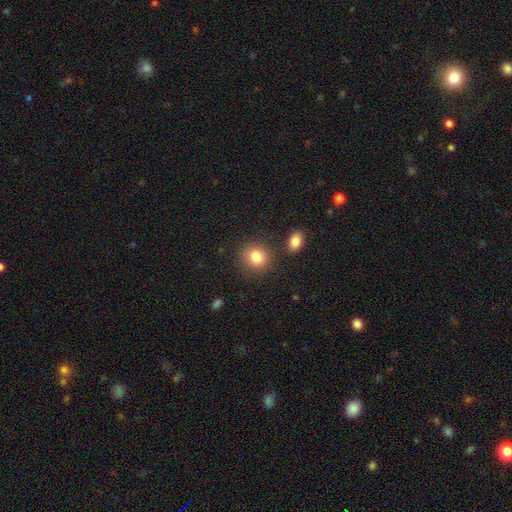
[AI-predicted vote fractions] A smooth galaxy with no disk features (84%) that is round (73%).

Vote fractions:
- Smooth or featured? smooth: 84% / star or artifact: 9% / featured or disk: 7%
- How rounded? round: 73% / in between: 26% / cigar-shaped: 1%
- Merging? none: 80% / minor disturbance: 10% / merger: 7% / major disturbance: 3%